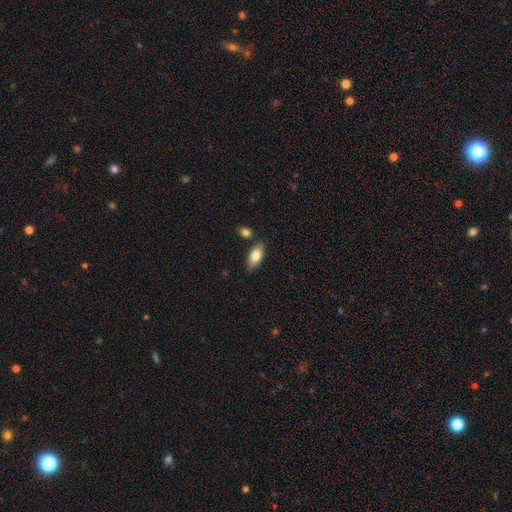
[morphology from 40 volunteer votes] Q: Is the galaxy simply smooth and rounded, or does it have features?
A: smooth — 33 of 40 (82%).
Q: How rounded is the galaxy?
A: in between — 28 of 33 (85%).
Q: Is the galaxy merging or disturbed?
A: none — 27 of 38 (71%).